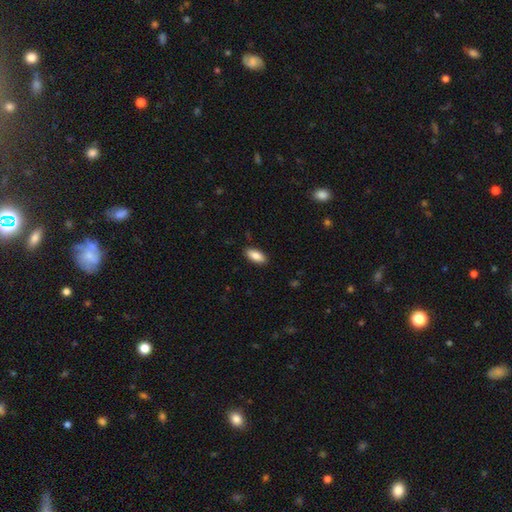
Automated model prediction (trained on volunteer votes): Smooth or featured: smooth — 87% (featured or disk — 6%)
How rounded: in between — 87% (cigar-shaped — 11%)
Merging: none — 88% (minor disturbance — 9%)